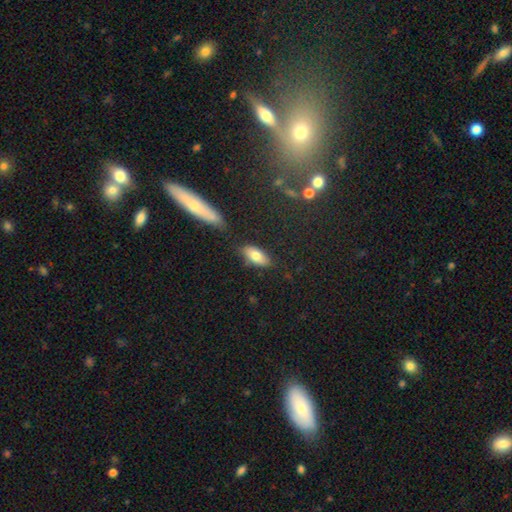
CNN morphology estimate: Smooth or featured? Predicted: smooth (p=0.77). How rounded? Predicted: in between (p=0.87). Merging? Predicted: none (p=0.77).